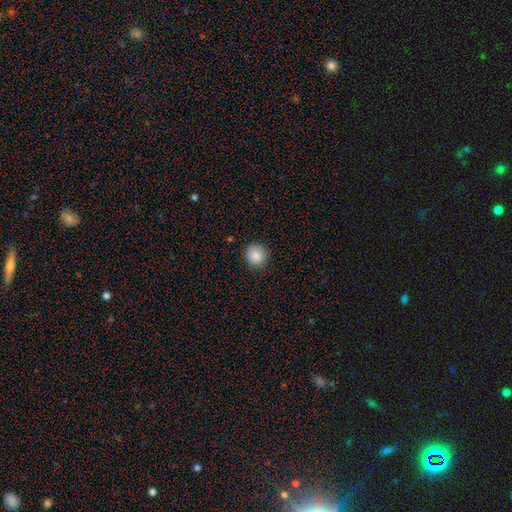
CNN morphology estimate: A smooth galaxy with no disk features (88%) that is round (90%). Merging: none (87%).